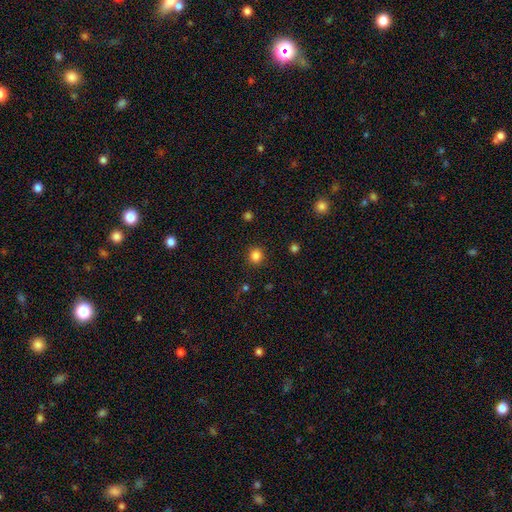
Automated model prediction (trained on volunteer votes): The model was most divided on "smooth or featured": smooth: 84%, star or artifact: 13%, featured or disk: 3%. More confident: how rounded — round (92%); merging — none (91%).